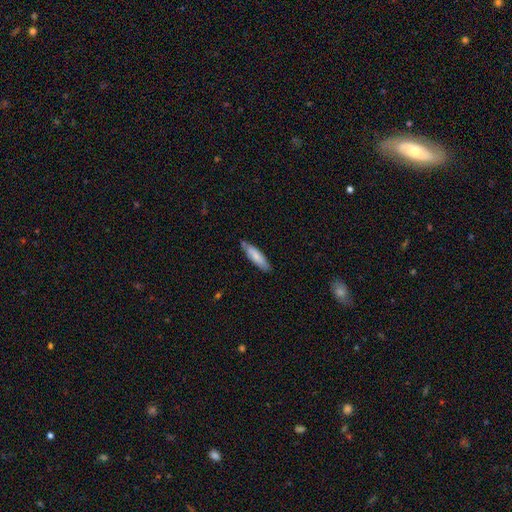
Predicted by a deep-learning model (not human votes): This is likely a smooth galaxy (75%). How rounded: likely cigar-shaped (61%). Merging: likely none (75%).